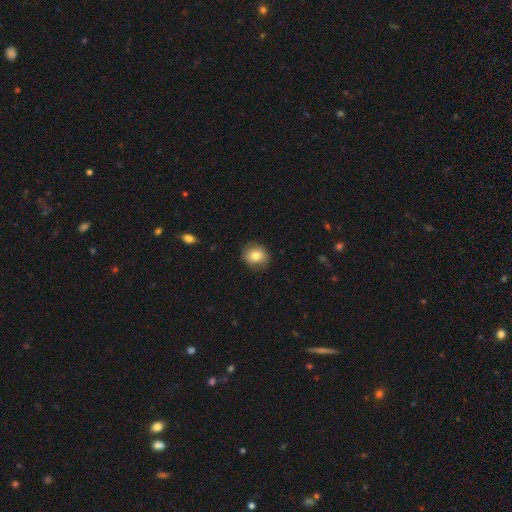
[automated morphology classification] Smooth or featured? Predicted: smooth (p=0.78). How rounded? Predicted: round (p=0.79). Merging? Predicted: none (p=0.85).